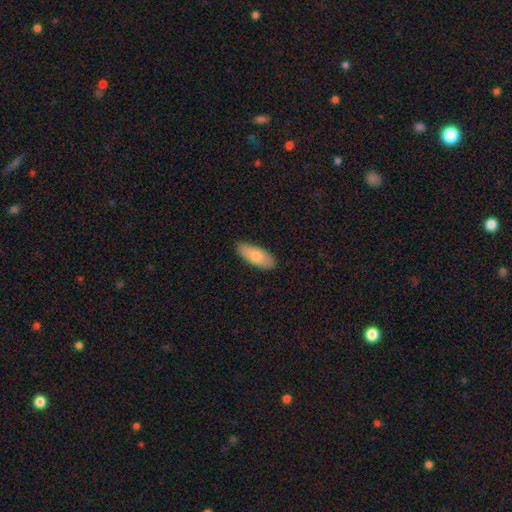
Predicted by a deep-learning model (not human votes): smooth_or_featured: smooth (p=0.80) [alt: featured or disk p=0.14]
how_rounded: in between (p=0.82) [alt: cigar-shaped p=0.16]
merging: none (p=0.85) [alt: minor disturbance p=0.12]